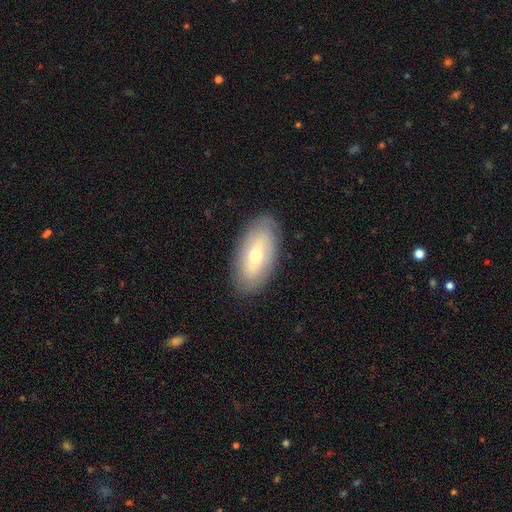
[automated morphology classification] This is possibly a smooth galaxy (50%). How rounded: clearly in between (90%). Merging: clearly none (85%).